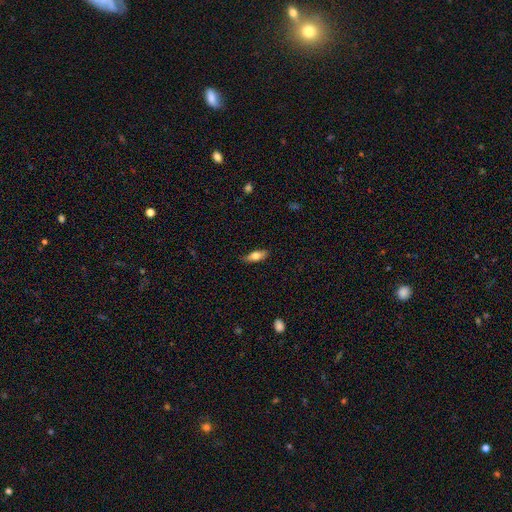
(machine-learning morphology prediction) Q: Smooth or featured?
A: smooth (71%); runner-up: featured or disk (23%)
Q: How rounded?
A: in between (68%); runner-up: cigar-shaped (29%)
Q: Merging?
A: none (81%); runner-up: minor disturbance (15%)